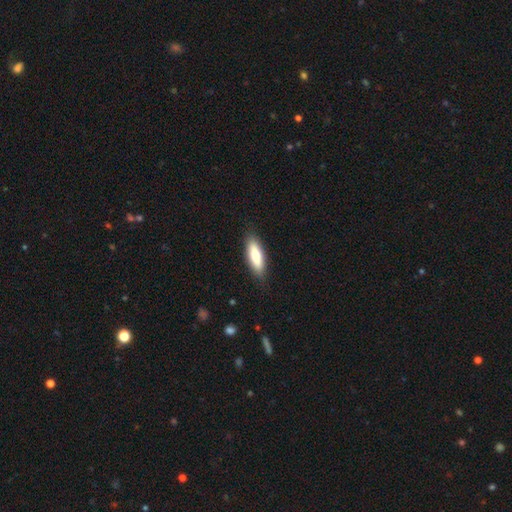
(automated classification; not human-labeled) Smooth or featured? smooth (72%)
How rounded? in between (55%)
Merging? none (87%)